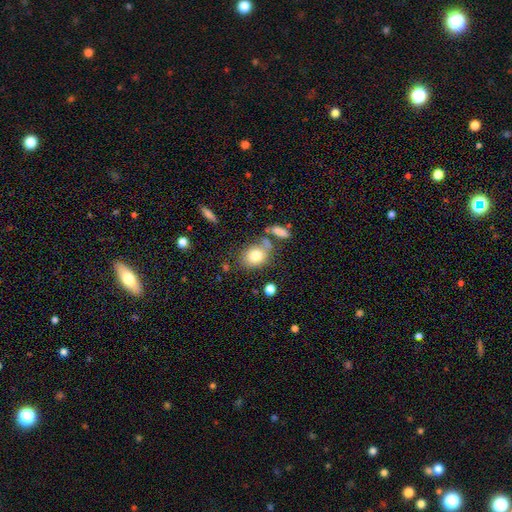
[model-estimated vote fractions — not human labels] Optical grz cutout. It shows a smooth galaxy with no disk features (78%) that is in between round and cigar-shaped (62%). Merging: none (57%).